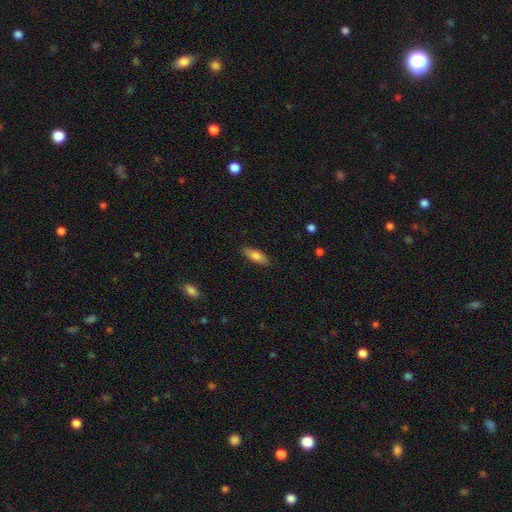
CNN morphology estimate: Q: Smooth or featured?
A: smooth (78%); runner-up: featured or disk (15%)
Q: How rounded?
A: in between (64%); runner-up: cigar-shaped (34%)
Q: Merging?
A: none (87%); runner-up: minor disturbance (10%)